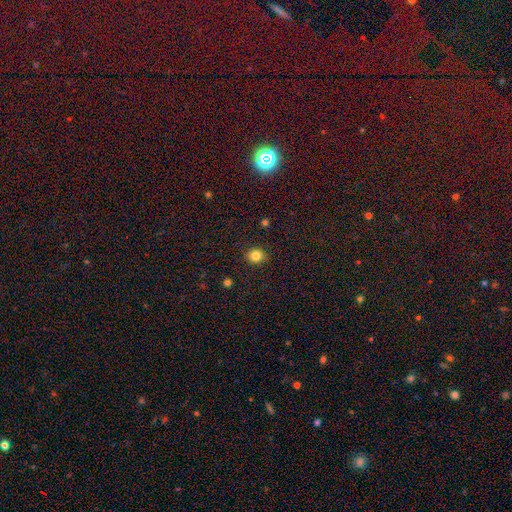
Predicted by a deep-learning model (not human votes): A smooth galaxy with no disk features (83%) that is round (76%). Merging: none (90%).